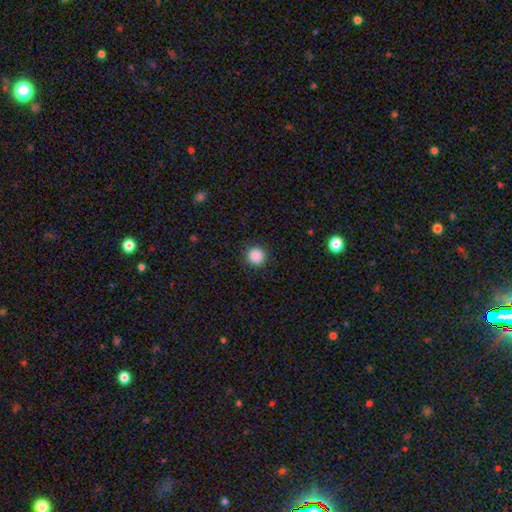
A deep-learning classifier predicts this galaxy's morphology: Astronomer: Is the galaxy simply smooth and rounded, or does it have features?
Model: smooth — 88%.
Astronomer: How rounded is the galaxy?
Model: round — 95%.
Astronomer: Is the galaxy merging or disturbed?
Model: none — 91%.